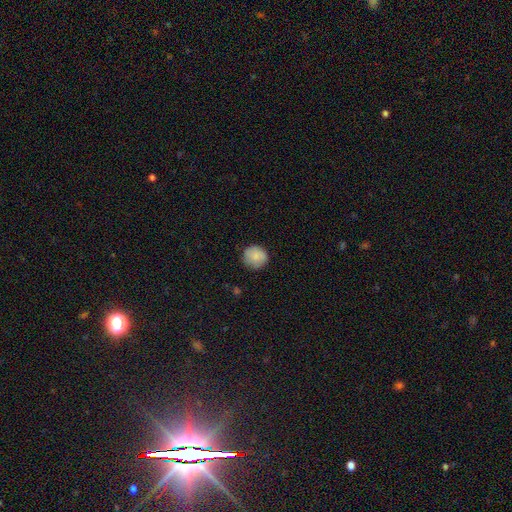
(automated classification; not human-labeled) Smooth or featured? smooth (85%)
How rounded? round (89%)
Merging? none (81%)